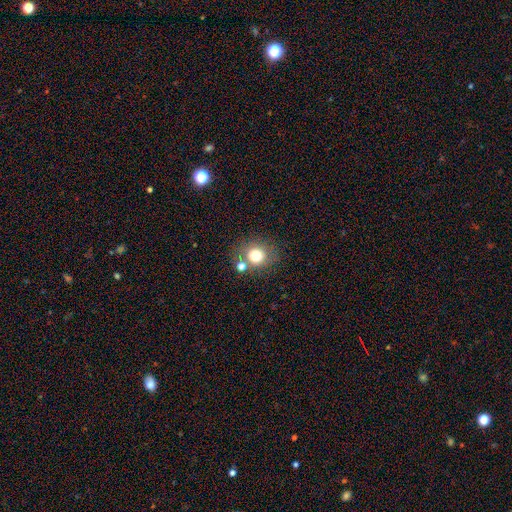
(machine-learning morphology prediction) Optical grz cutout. It shows a smooth galaxy with no disk features (75%) that is round (77%). Merging: none (70%).